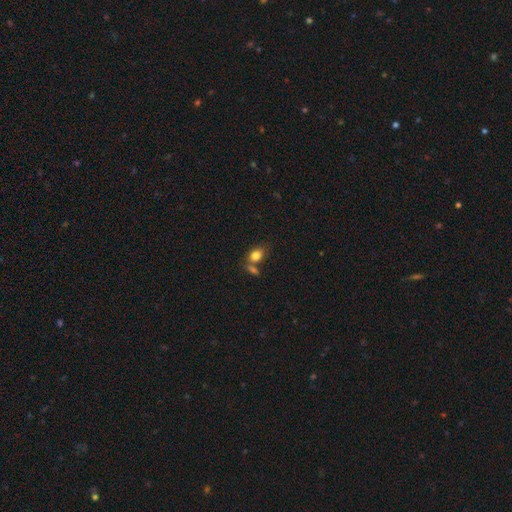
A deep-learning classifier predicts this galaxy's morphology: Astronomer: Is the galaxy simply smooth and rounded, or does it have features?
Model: smooth — 81%.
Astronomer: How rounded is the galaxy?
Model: in between — 74%.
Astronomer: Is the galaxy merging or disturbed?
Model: none — 50% (runner-up: merger, 32%).